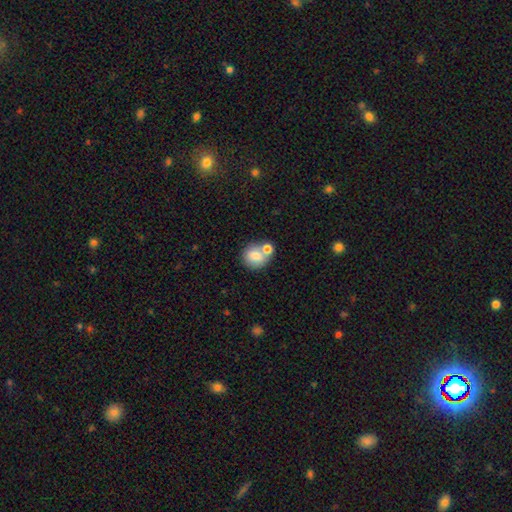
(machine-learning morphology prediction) A smooth galaxy with no disk features (78%) that is round (79%). Merging: none (49%).